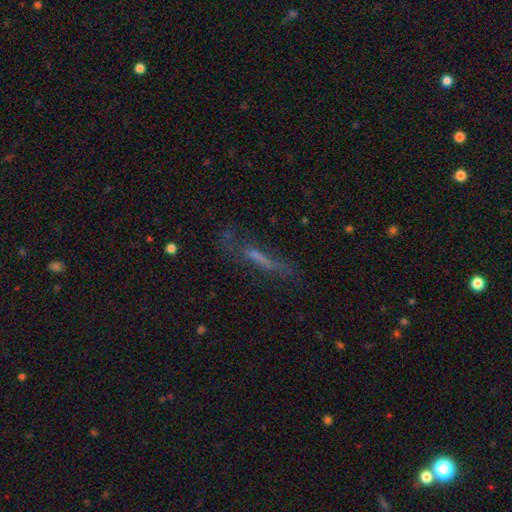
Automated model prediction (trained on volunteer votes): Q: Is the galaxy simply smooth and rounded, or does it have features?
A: featured or disk — 43%.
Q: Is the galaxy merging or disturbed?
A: none — 58%.